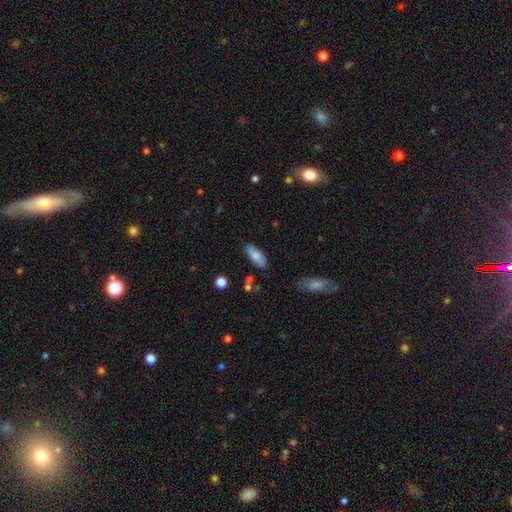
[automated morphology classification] smooth 74%, featured or disk 19%, star or artifact 7%. Down the decision tree: how rounded — in between (81%); merging — none (74%).